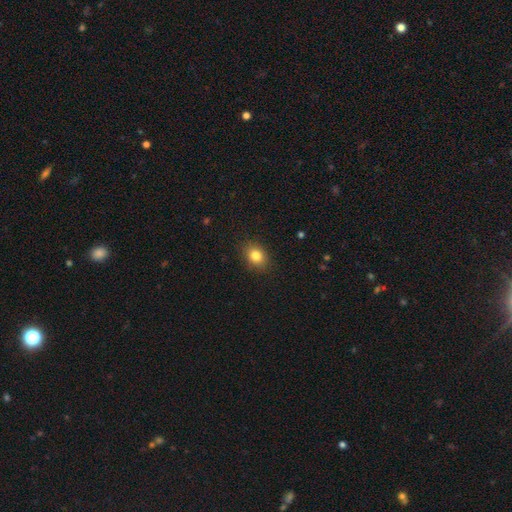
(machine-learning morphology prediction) This appears to be a smooth galaxy with no disk features (83%) that is in between round and cigar-shaped (54%). Merging: none (87%).